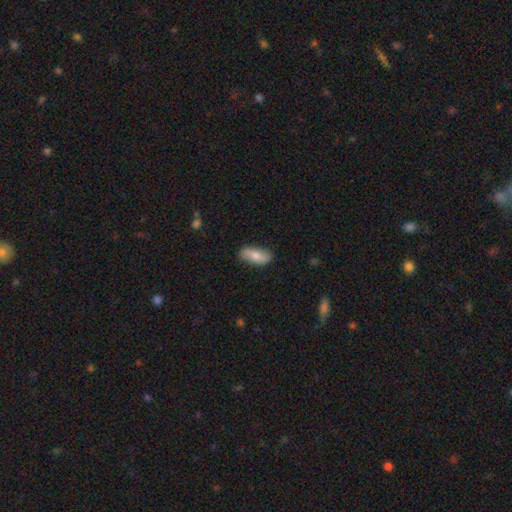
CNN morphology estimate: Smooth or featured?
  - smooth: 69% *
  - featured or disk: 25%
  - star or artifact: 6%
How rounded?
  - in between: 83% *
  - cigar-shaped: 14%
  - round: 3%
Merging?
  - none: 83% *
  - minor disturbance: 14%
  - major disturbance: 2%
  - merger: 1%